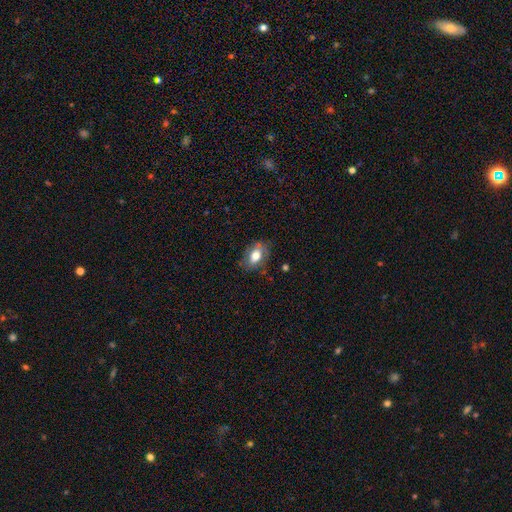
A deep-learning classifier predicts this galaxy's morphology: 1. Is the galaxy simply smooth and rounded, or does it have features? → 70% smooth, 22% featured or disk, 8% star or artifact.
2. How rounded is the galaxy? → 86% in between, 12% round, 2% cigar-shaped.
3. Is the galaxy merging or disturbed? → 73% none, 20% minor disturbance, 6% major disturbance, 2% merger.